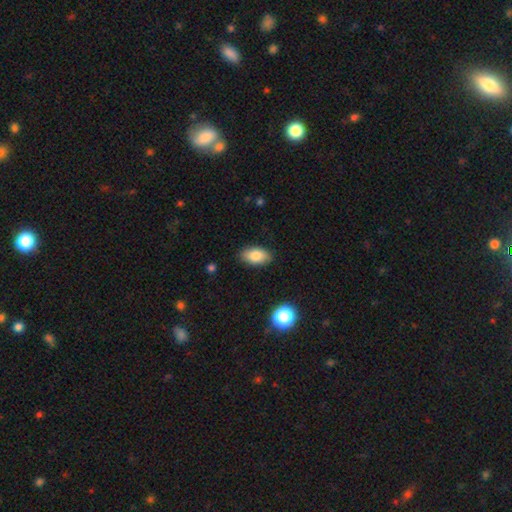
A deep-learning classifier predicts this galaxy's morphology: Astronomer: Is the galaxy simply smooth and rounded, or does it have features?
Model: smooth — 83%.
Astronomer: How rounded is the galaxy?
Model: in between — 93%.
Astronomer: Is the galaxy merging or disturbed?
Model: none — 86%.